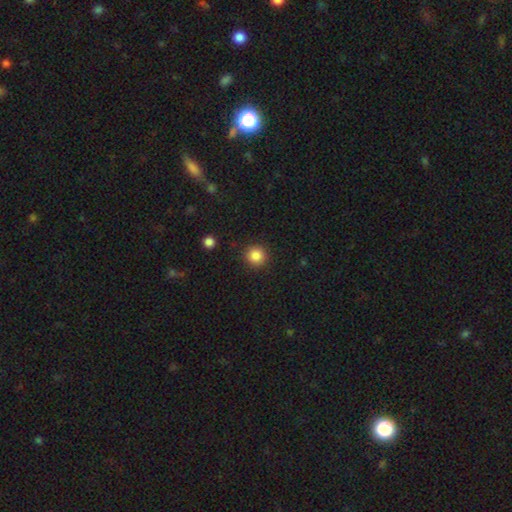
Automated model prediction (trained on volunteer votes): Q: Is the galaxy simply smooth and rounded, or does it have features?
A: smooth — 85%.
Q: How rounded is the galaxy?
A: round — 94%.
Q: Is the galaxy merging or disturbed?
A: none — 90%.